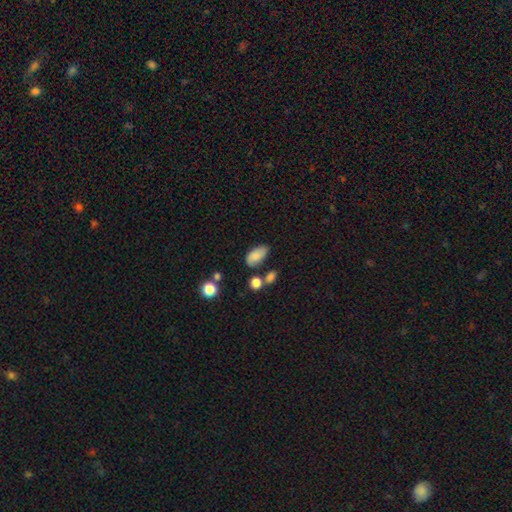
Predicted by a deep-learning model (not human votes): This appears to be a smooth galaxy with no disk features (81%) that is in between round and cigar-shaped (92%). Merging: none (56%).